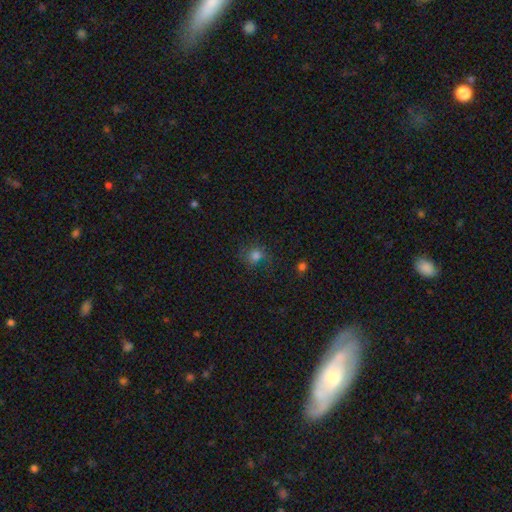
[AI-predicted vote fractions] Smooth or featured?
  - smooth: 75% *
  - star or artifact: 17%
  - featured or disk: 9%
How rounded?
  - round: 79% *
  - in between: 20%
  - cigar-shaped: 1%
Merging?
  - none: 68% *
  - minor disturbance: 19%
  - major disturbance: 9%
  - merger: 3%